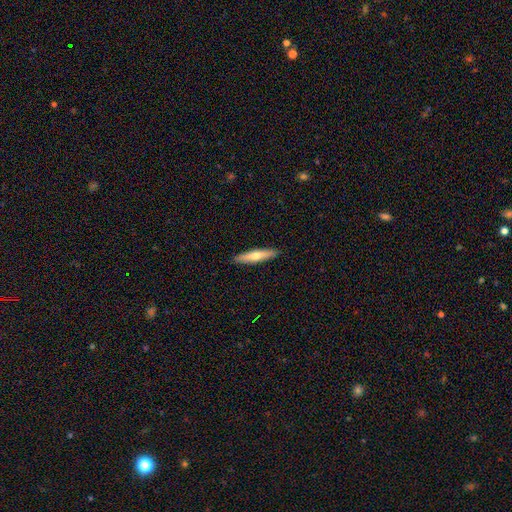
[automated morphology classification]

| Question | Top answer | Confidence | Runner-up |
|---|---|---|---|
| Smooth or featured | smooth | 52% | featured or disk (42%) |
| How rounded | cigar-shaped | 85% | in between (13%) |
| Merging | none | 91% | minor disturbance (7%) |